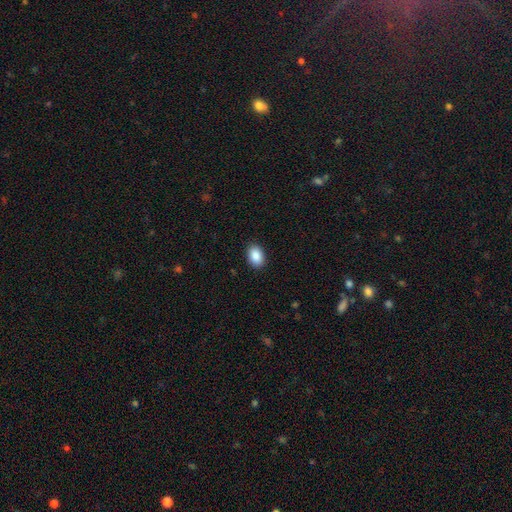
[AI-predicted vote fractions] smooth-or-featured: smooth: 89% | star or artifact: 7% | featured or disk: 3%
  how-rounded: in between: 85% | round: 14% | cigar-shaped: 1%
  merging: none: 90% | minor disturbance: 8% | major disturbance: 2% | merger: 1%